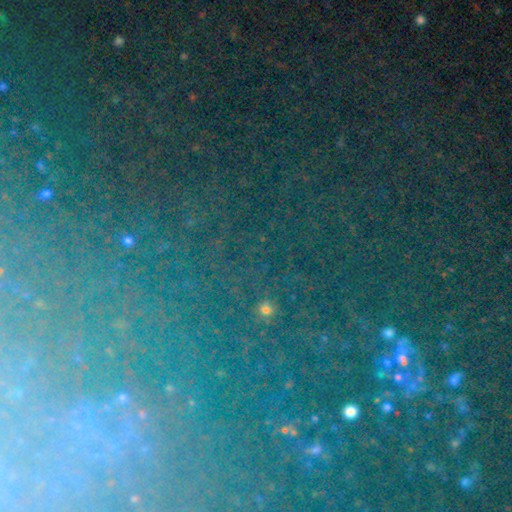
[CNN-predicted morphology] smooth_or_featured: star or artifact (p=0.78) [alt: smooth p=0.13]